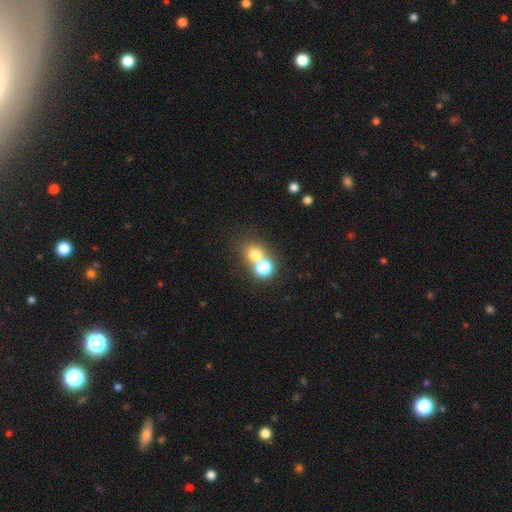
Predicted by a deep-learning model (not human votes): smooth_or_featured: smooth (p=0.69) [alt: star or artifact p=0.19]
how_rounded: round (p=0.78) [alt: in between p=0.21]
merging: none (p=0.47) [alt: merger p=0.43]